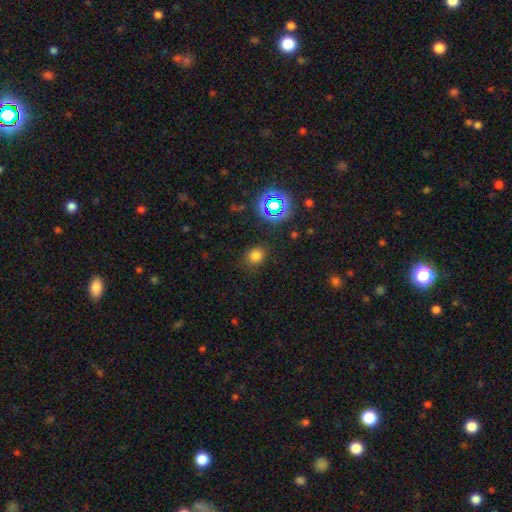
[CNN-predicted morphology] This appears to be a smooth galaxy with no disk features (73%) that is round (69%). Merging: none (83%).